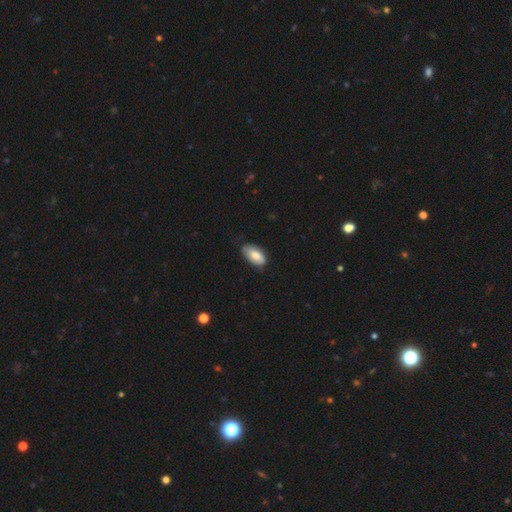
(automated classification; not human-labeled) Morphology: type=smooth (79%); roundness=in between (94%); merging=none (68%).